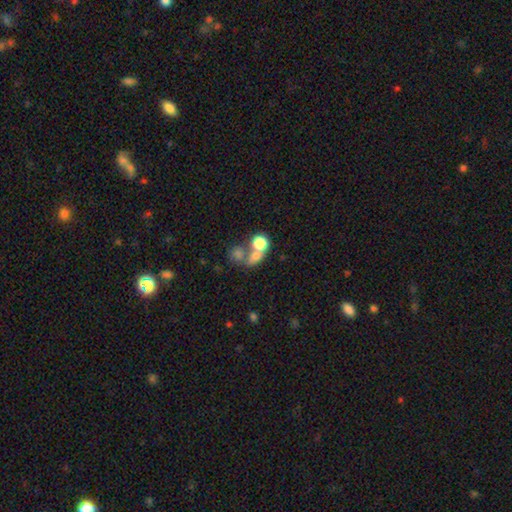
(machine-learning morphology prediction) Smooth or featured?
  - smooth: 66% *
  - star or artifact: 17%
  - featured or disk: 17%
How rounded?
  - round: 61% *
  - in between: 37%
  - cigar-shaped: 2%
Merging?
  - merger: 53% *
  - none: 30%
  - major disturbance: 9%
  - minor disturbance: 8%